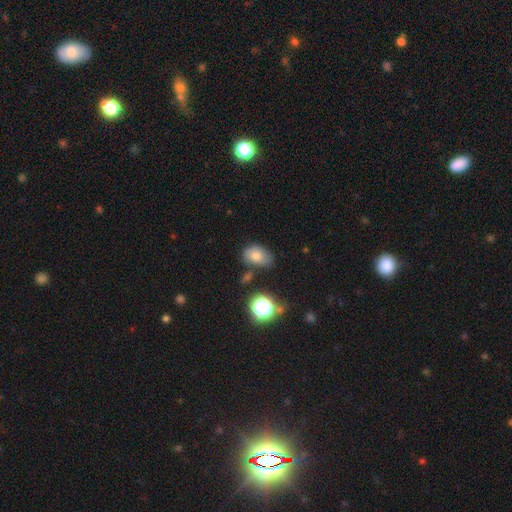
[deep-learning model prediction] Smooth or featured?
  - smooth: 72% *
  - featured or disk: 15%
  - star or artifact: 13%
How rounded?
  - in between: 82% *
  - round: 17%
  - cigar-shaped: 1%
Merging?
  - none: 58% *
  - minor disturbance: 27%
  - major disturbance: 8%
  - merger: 7%